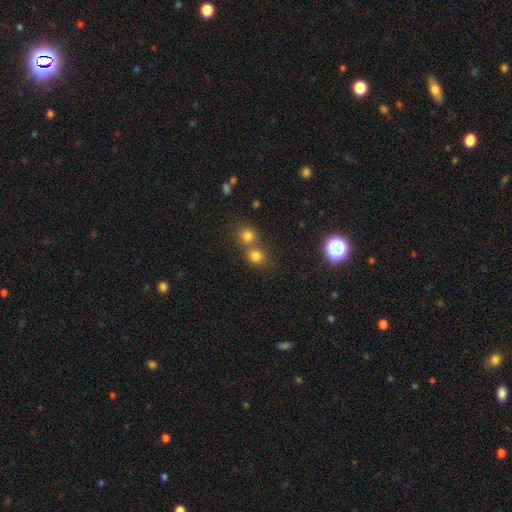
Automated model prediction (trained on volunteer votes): This is likely a smooth galaxy (77%). How rounded: clearly round (84%). Merging: possibly none (50%).